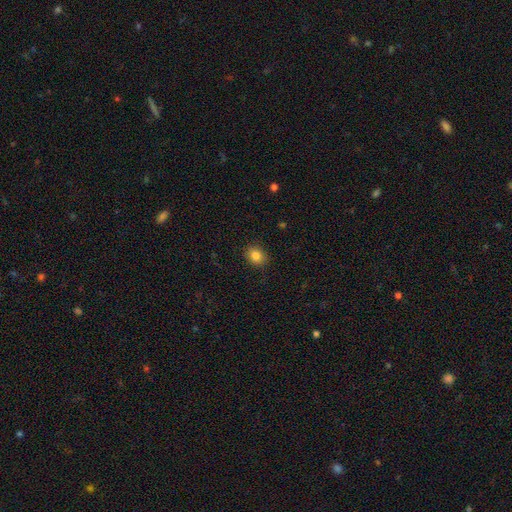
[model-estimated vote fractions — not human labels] Smooth or featured? Predicted: smooth (p=0.83). How rounded? Predicted: round (p=0.65). Merging? Predicted: none (p=0.90).